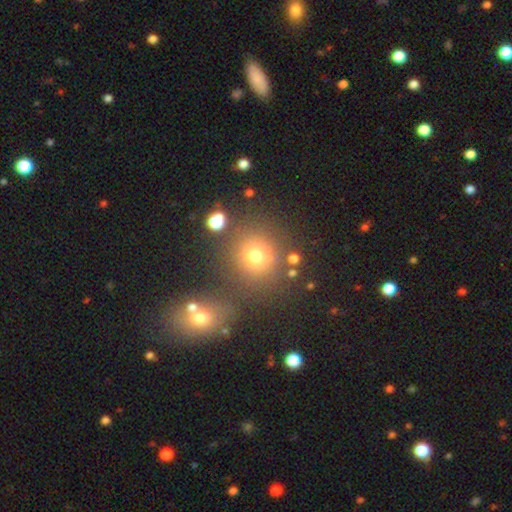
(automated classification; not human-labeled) This is likely a smooth galaxy (70%). How rounded: clearly round (88%). Merging: likely none (73%).